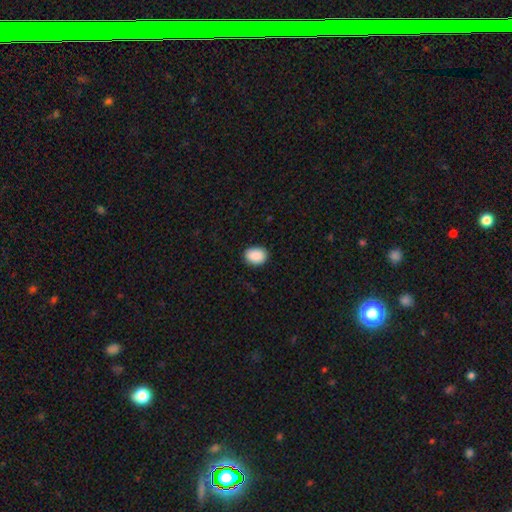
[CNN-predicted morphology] Smooth or featured: smooth — 90% (star or artifact — 7%)
How rounded: in between — 64% (round — 35%)
Merging: none — 89% (minor disturbance — 8%)